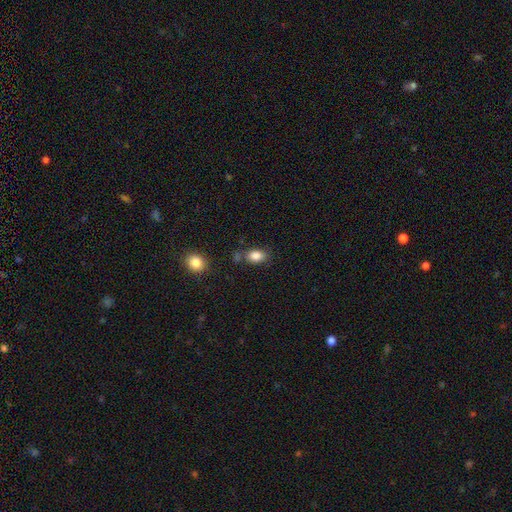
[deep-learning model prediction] smooth 86%, star or artifact 9%, featured or disk 5%. Down the decision tree: how rounded — in between (80%); merging — none (70%).